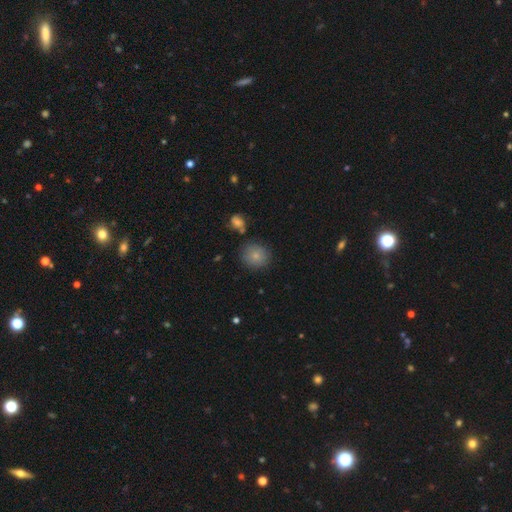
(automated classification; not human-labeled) Q: Smooth or featured?
A: smooth (81%); runner-up: star or artifact (10%)
Q: How rounded?
A: round (86%); runner-up: in between (13%)
Q: Merging?
A: none (82%); runner-up: minor disturbance (11%)